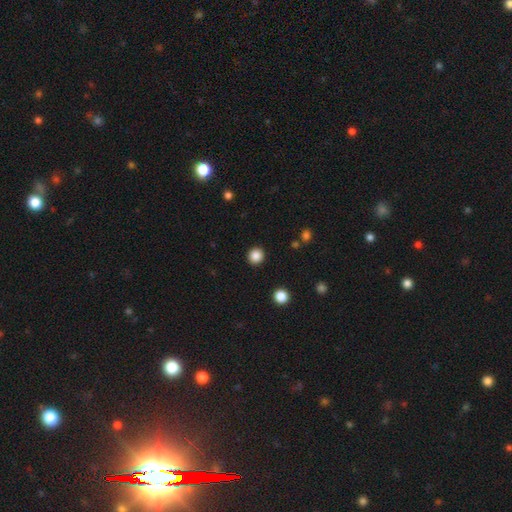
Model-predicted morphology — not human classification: Smooth or featured? Predicted: smooth (p=0.86). How rounded? Predicted: round (p=0.92). Merging? Predicted: none (p=0.92).